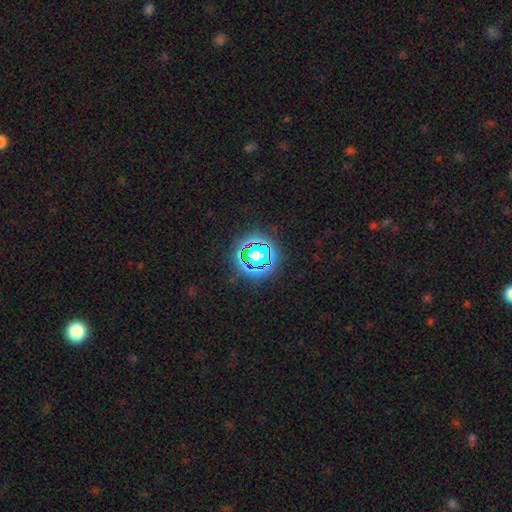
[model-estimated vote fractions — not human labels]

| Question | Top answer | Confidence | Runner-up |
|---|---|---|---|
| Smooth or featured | star or artifact | 79% | smooth (14%) |